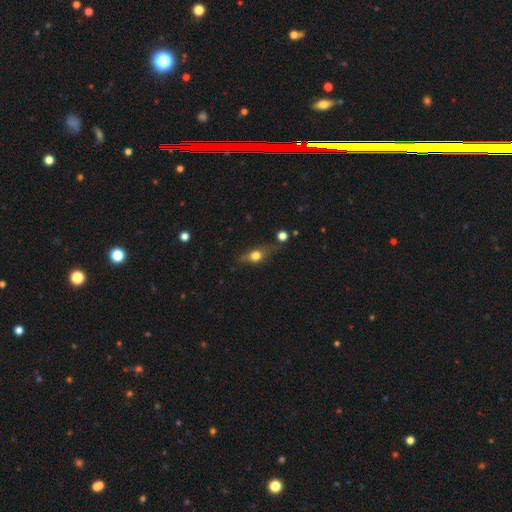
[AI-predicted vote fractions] Smooth or featured?
  - smooth: 52% *
  - featured or disk: 37%
  - star or artifact: 11%
How rounded?
  - in between: 50% *
  - cigar-shaped: 27%
  - round: 23%
Merging?
  - none: 62% *
  - minor disturbance: 23%
  - major disturbance: 10%
  - merger: 5%